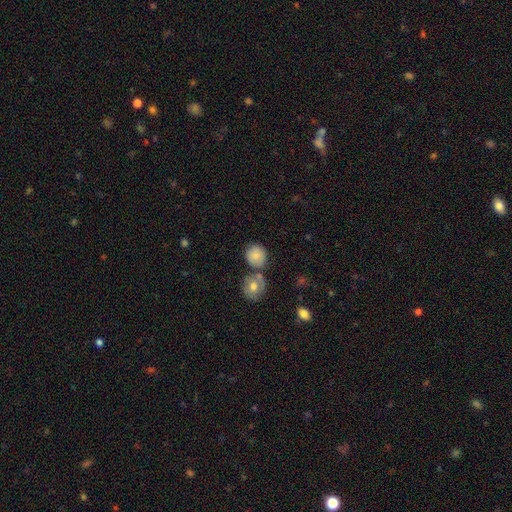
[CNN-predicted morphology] Smooth or featured? Predicted: smooth (p=0.83). How rounded? Predicted: round (p=0.83). Merging? Predicted: none (p=0.61).